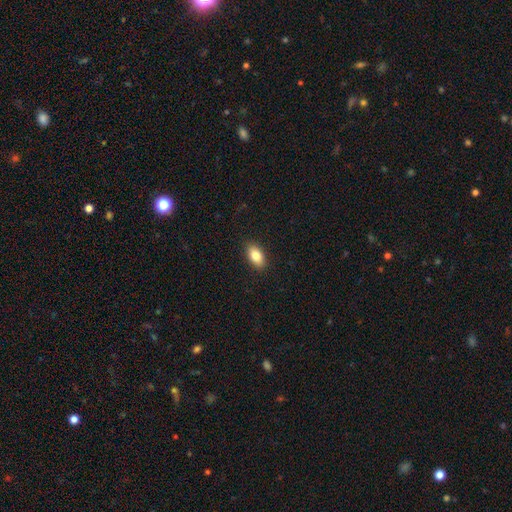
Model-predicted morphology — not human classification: smooth_or_featured: smooth (p=0.83) [alt: featured or disk p=0.10]
how_rounded: in between (p=0.91) [alt: round p=0.05]
merging: none (p=0.89) [alt: minor disturbance p=0.08]